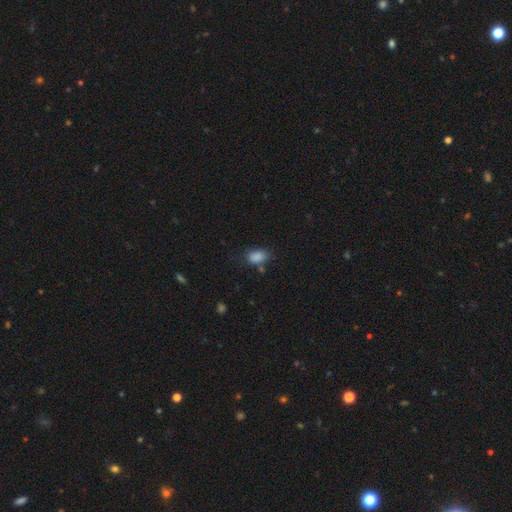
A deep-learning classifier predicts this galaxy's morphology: type=smooth (80%); roundness=in between (82%); merging=none (69%).